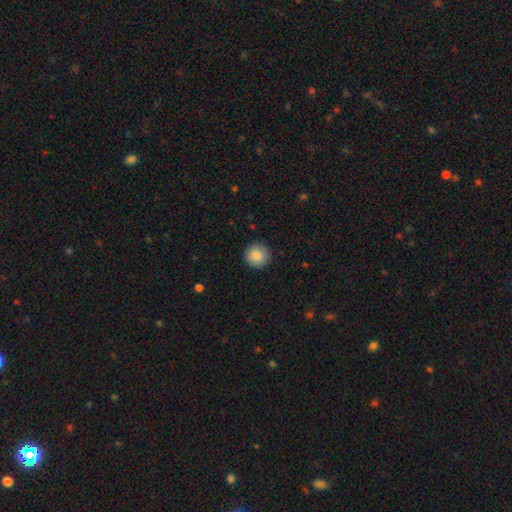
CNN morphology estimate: Smooth or featured? Predicted: smooth (p=0.86). How rounded? Predicted: round (p=0.95). Merging? Predicted: none (p=0.91).